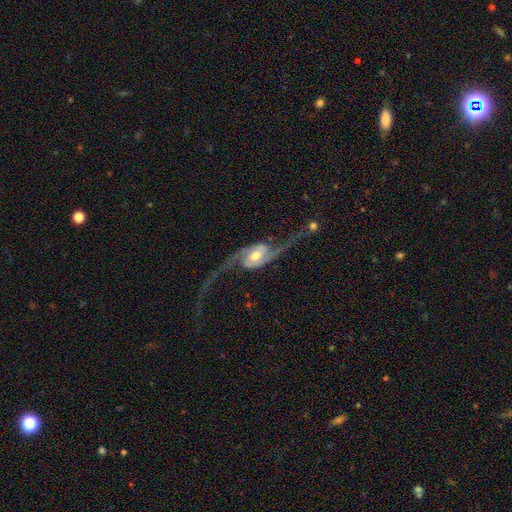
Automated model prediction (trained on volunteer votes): Morphology: type=featured or disk (91%); edge-on=no (95%); bar=weak (40%); spiral arms=yes (97%); winding=loose (84%); arm count=2 (94%); bulge=moderate (68%); merging=none (62%).